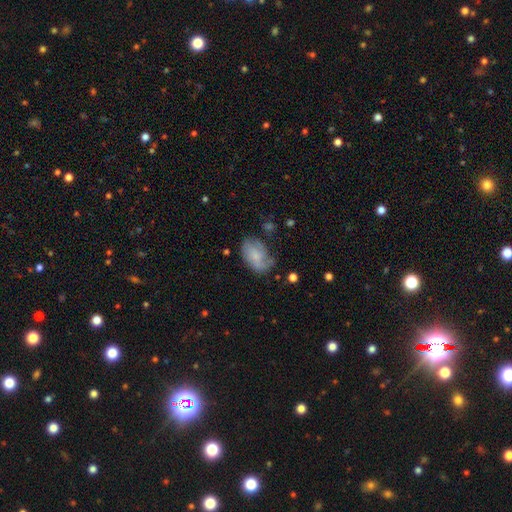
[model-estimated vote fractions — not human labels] smooth_or_featured: smooth (p=0.54) [alt: featured or disk p=0.38]
how_rounded: in between (p=0.84) [alt: round p=0.14]
merging: none (p=0.45) [alt: minor disturbance p=0.33]